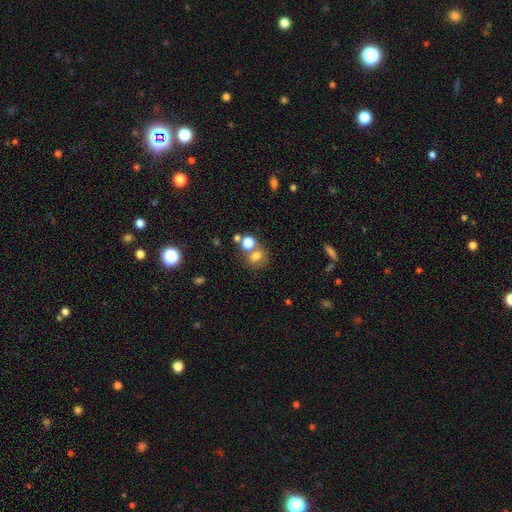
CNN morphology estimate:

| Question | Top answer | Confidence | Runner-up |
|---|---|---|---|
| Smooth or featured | smooth | 74% | star or artifact (15%) |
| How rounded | round | 64% | in between (35%) |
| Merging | none | 53% | merger (30%) |